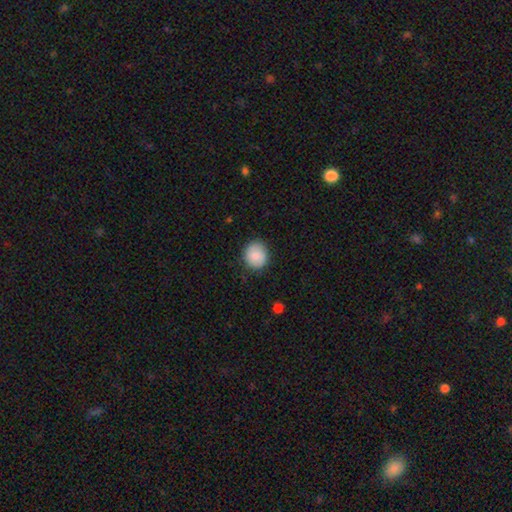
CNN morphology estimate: smooth-or-featured: smooth: 86% | star or artifact: 7% | featured or disk: 7%
  how-rounded: round: 86% | in between: 14% | cigar-shaped: 1%
  merging: none: 86% | minor disturbance: 11% | major disturbance: 2% | merger: 1%